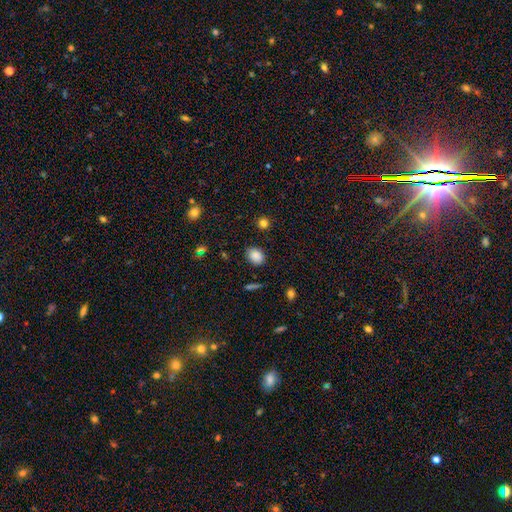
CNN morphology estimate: A smooth galaxy with no disk features (85%) that is in between round and cigar-shaped (64%). Merging: none (85%).